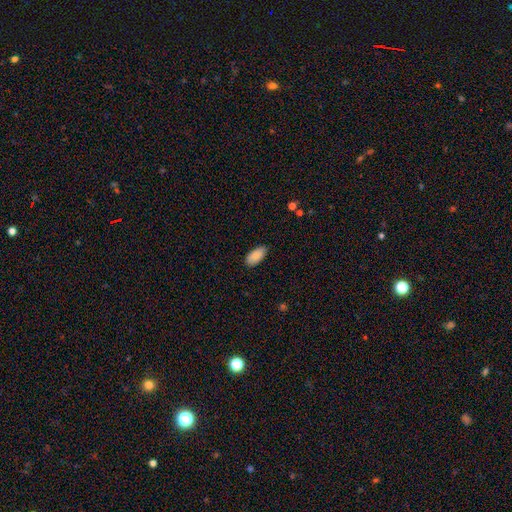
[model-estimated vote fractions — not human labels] This appears to be a smooth galaxy with no disk features (87%) that is in between round and cigar-shaped (94%). Merging: none (84%).